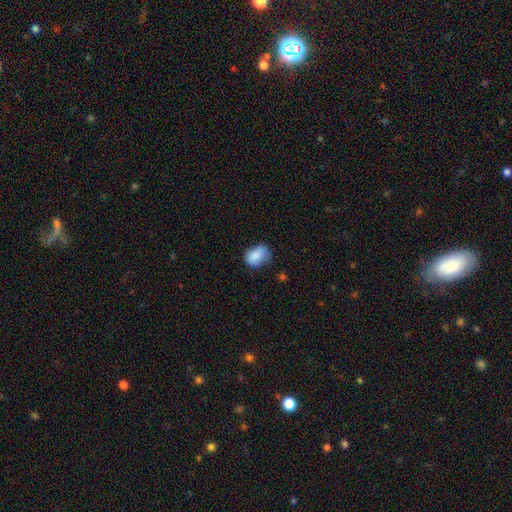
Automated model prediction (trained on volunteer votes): Smooth or featured? Predicted: smooth (p=0.83). How rounded? Predicted: in between (p=0.69). Merging? Predicted: none (p=0.54).